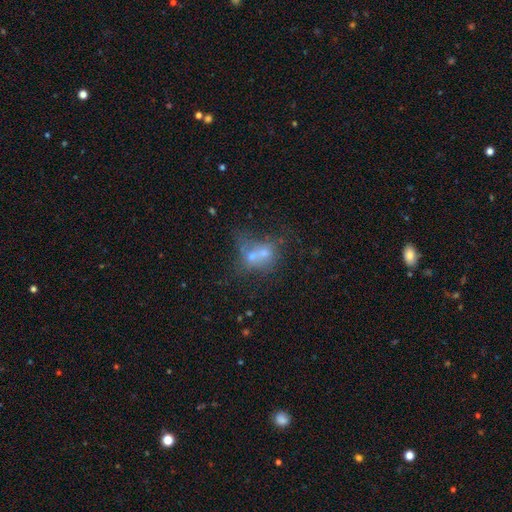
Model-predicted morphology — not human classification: Smooth or featured: smooth — 48% (featured or disk — 33%)
Merging: merger — 59% (none — 21%)